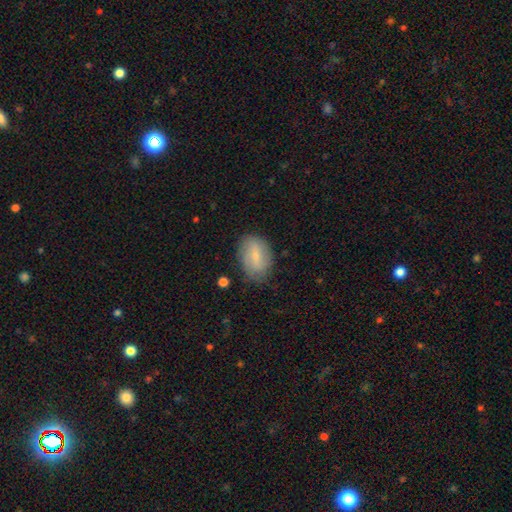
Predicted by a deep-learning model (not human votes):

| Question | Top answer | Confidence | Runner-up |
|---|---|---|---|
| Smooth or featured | smooth | 64% | featured or disk (29%) |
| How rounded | in between | 86% | round (12%) |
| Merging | none | 76% | minor disturbance (18%) |